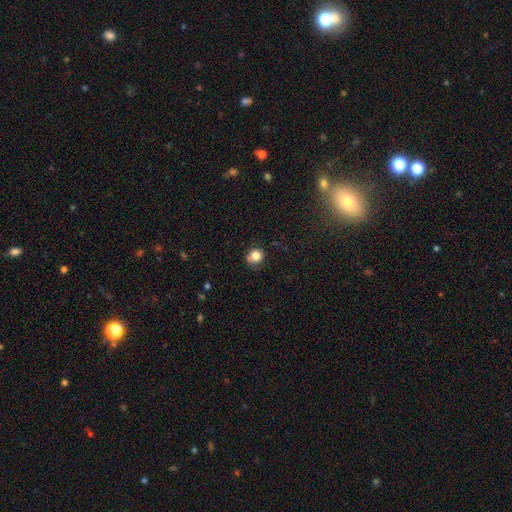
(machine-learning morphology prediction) smooth 82%, star or artifact 12%, featured or disk 6%. Down the decision tree: how rounded — round (86%); merging — none (69%).